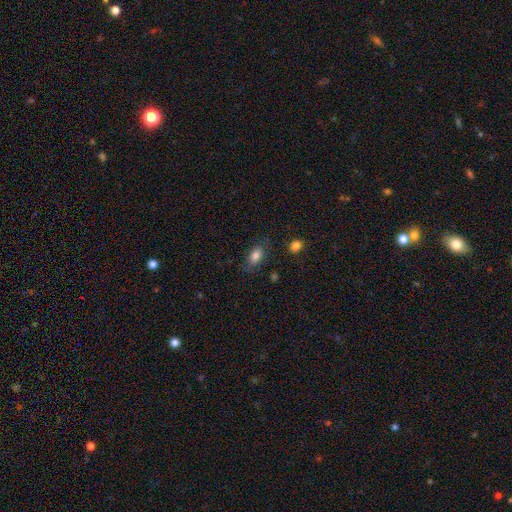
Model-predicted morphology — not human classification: A smooth galaxy with no disk features (81%) that is in between round and cigar-shaped (88%). Merging: none (76%).